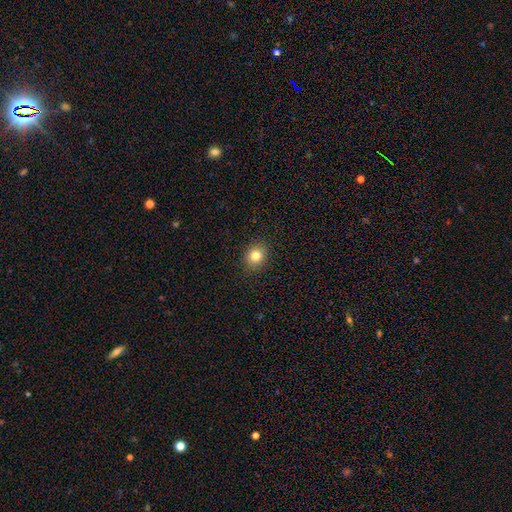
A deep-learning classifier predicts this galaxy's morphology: The model was most divided on "how rounded": round: 64%, in between: 35%, cigar-shaped: 1%. More confident: merging — none (90%); smooth or featured — smooth (81%).